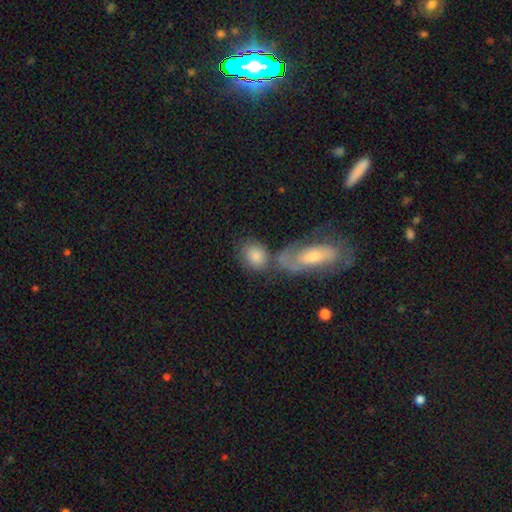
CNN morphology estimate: Overall: smooth (77%). How rounded: in between (57%; round 40%). Merging: none (46%; merger 33%).